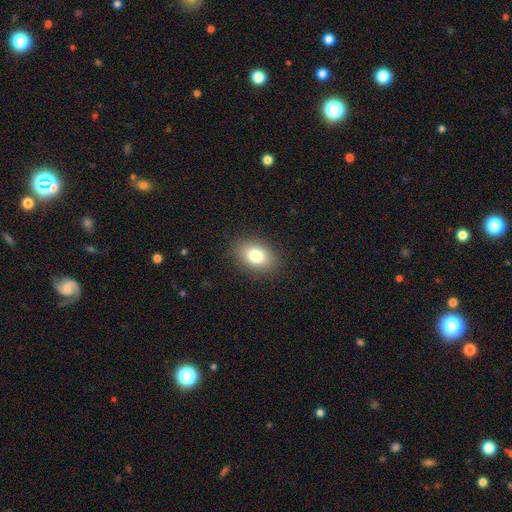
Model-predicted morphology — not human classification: type=smooth (80%); roundness=in between (80%); merging=none (87%).